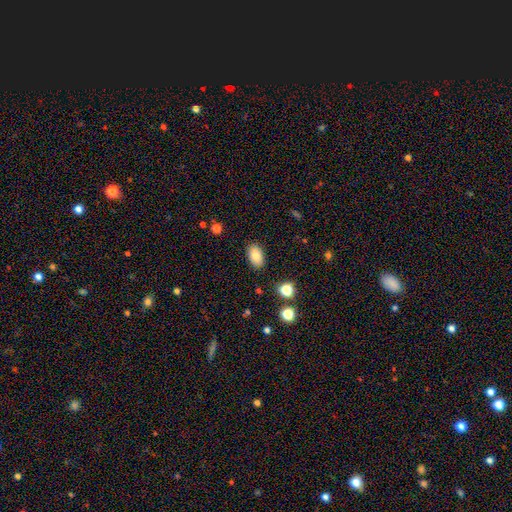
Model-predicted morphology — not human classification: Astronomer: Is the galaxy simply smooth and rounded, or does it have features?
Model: smooth — 85%.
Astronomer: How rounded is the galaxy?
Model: in between — 92%.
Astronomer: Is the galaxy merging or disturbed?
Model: none — 87%.